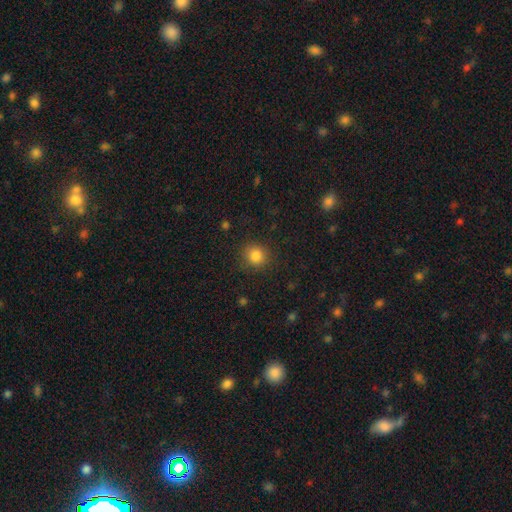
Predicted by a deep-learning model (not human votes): A smooth galaxy with no disk features (84%) that is round (88%). Merging: none (87%).